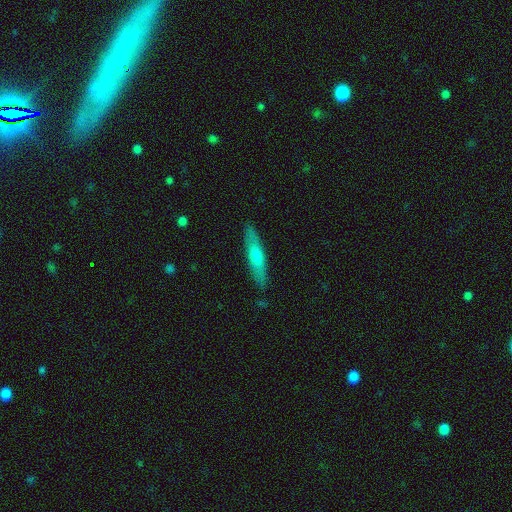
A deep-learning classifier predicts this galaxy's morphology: The model was most divided on "smooth or featured": smooth: 51%, featured or disk: 44%, star or artifact: 5%. More confident: merging — none (88%); how rounded — cigar-shaped (86%).